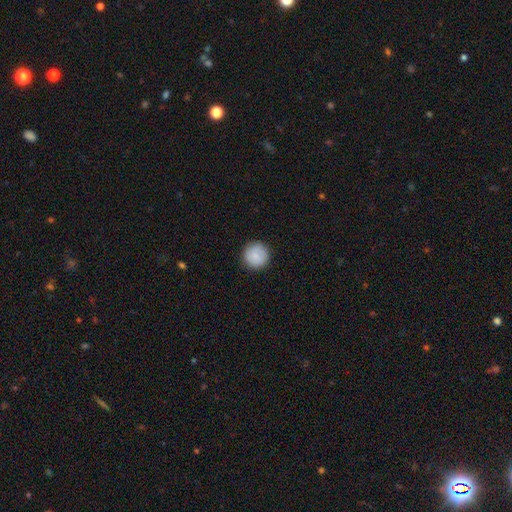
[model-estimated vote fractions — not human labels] Smooth or featured? smooth (85%)
How rounded? round (96%)
Merging? none (90%)